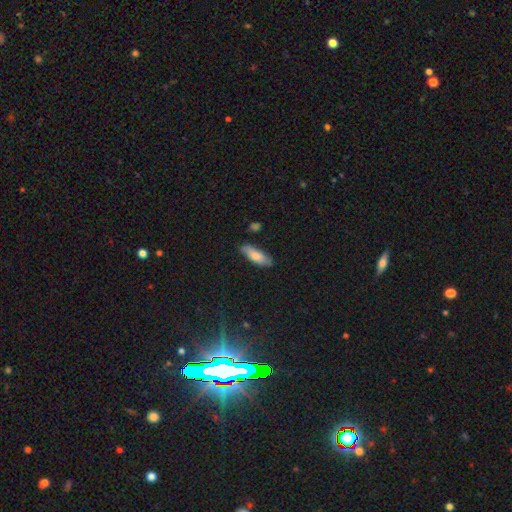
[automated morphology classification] This is likely a smooth galaxy (77%). How rounded: likely in between (61%). Merging: likely none (78%).